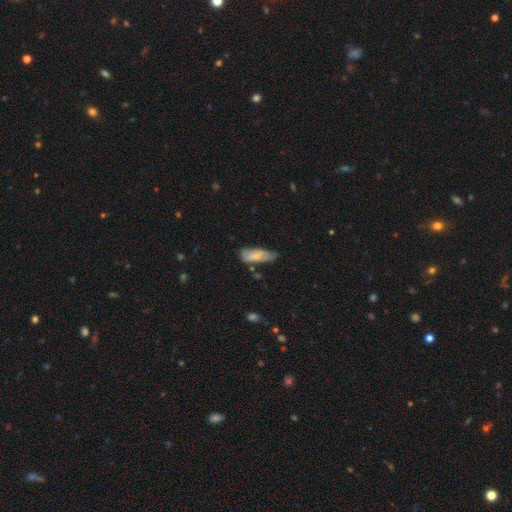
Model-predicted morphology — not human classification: The model was most divided on "merging": none: 44%, minor disturbance: 40%, major disturbance: 13%, merger: 3%. More confident: smooth or featured — smooth (71%); how rounded — in between (70%).